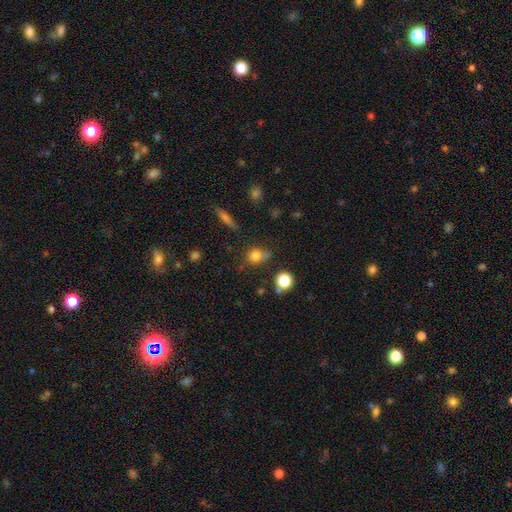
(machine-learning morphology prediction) This is likely a smooth galaxy (77%). How rounded: likely round (73%). Merging: possibly none (58%).